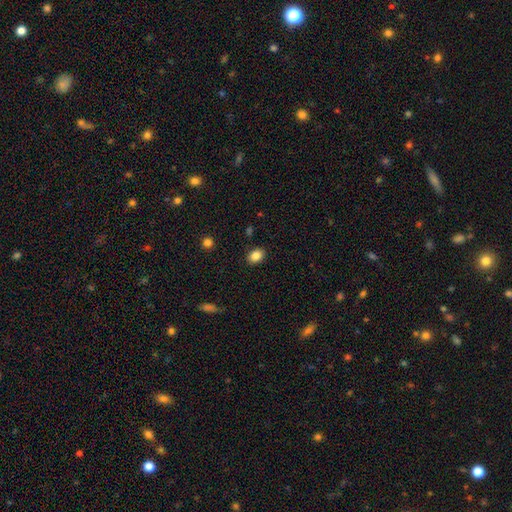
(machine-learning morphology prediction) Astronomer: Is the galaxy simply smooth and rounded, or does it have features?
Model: smooth — 86%.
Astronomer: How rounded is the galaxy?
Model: in between — 71%.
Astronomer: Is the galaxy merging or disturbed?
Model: none — 88%.